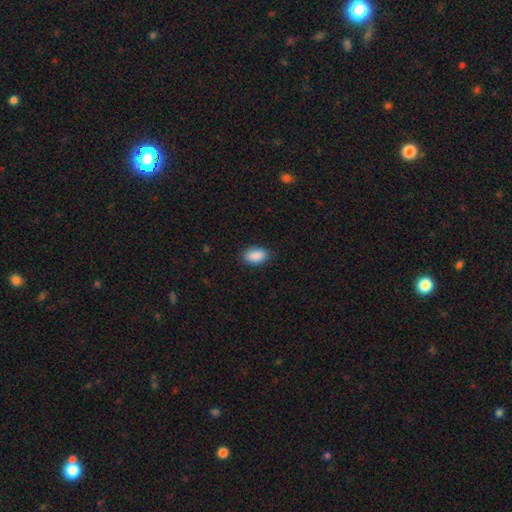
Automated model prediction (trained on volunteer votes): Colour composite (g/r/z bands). It shows a smooth galaxy with no disk features (90%) that is in between round and cigar-shaped (93%). Merging: none (85%).